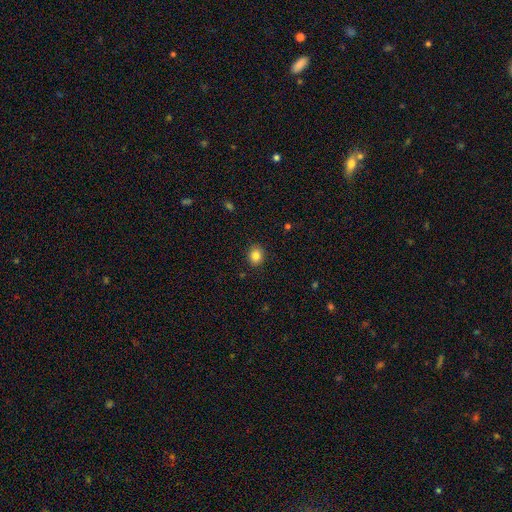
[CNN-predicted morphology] This is clearly a smooth galaxy (85%). How rounded: likely round (67%). Merging: clearly none (89%).